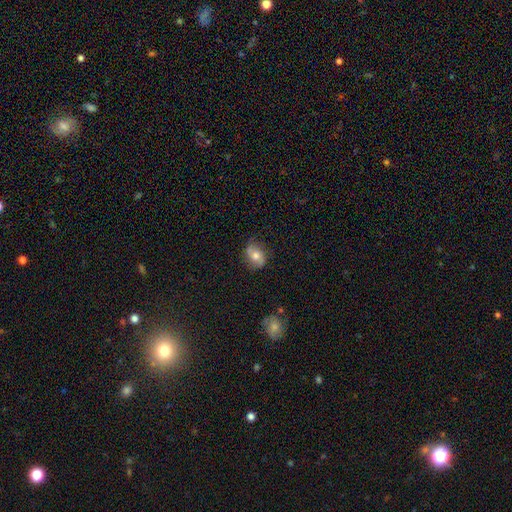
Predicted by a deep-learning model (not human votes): smooth_or_featured: smooth (p=0.52) [alt: featured or disk p=0.39]
how_rounded: in between (p=0.64) [alt: round p=0.34]
merging: none (p=0.71) [alt: minor disturbance p=0.21]